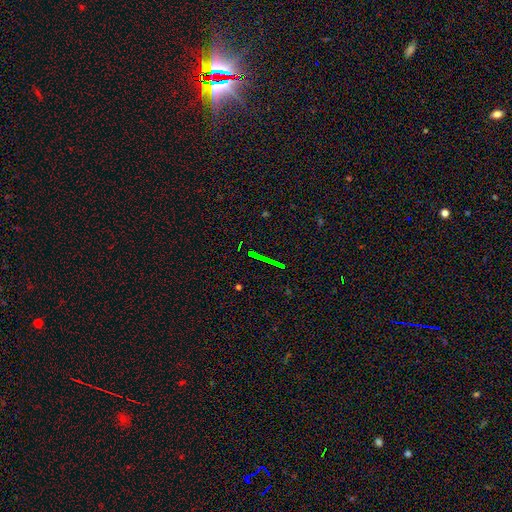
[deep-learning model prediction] Smooth or featured? Predicted: star or artifact (p=0.64).